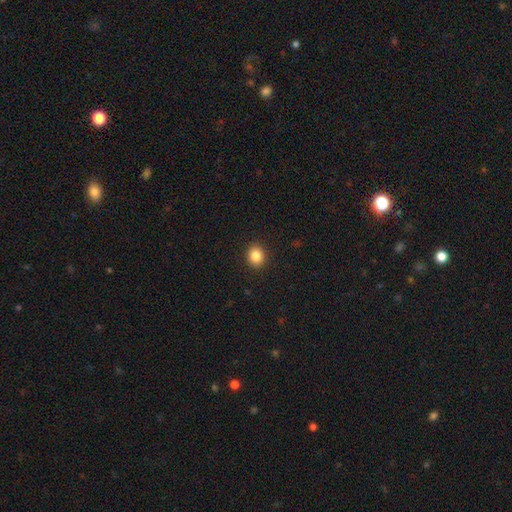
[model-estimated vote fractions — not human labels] A smooth galaxy with no disk features (85%) that is round (72%). Merging: none (92%).